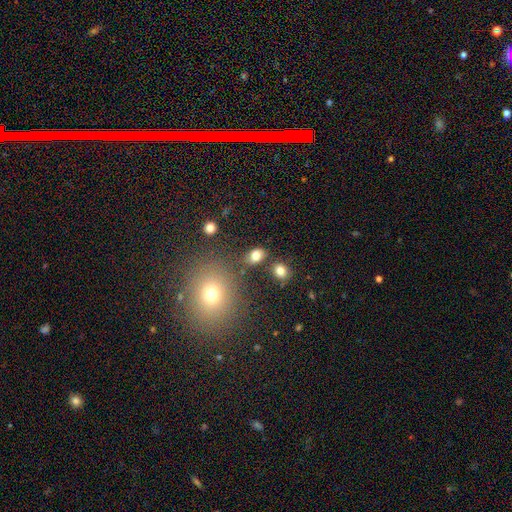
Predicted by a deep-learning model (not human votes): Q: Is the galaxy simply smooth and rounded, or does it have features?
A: smooth — 80%.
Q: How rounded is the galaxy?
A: in between — 72%.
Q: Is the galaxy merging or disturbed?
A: none — 75%.